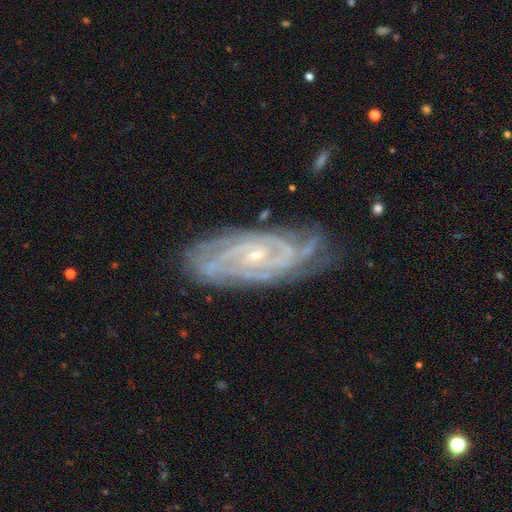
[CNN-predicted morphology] Smooth or featured?
  - featured or disk: 89% *
  - star or artifact: 6%
  - smooth: 5%
Edge-on disk?
  - no: 94% *
  - yes: 6%
Bar?
  - no: 58% *
  - weak: 30%
  - strong: 11%
Spiral arms?
  - yes: 98% *
  - no: 2%
Spiral winding?
  - tight: 71% *
  - medium: 25%
  - loose: 4%
Spiral arm count?
  - 2: 27% *
  - 3: 23%
  - can't tell: 20%
  - 4: 16%
  - more than 4: 8%
  - 1: 6%
Bulge size?
  - small: 78% *
  - moderate: 19%
  - none: 1%
  - large: 1%
  - dominant: 1%
Merging?
  - none: 73% *
  - minor disturbance: 20%
  - major disturbance: 5%
  - merger: 2%